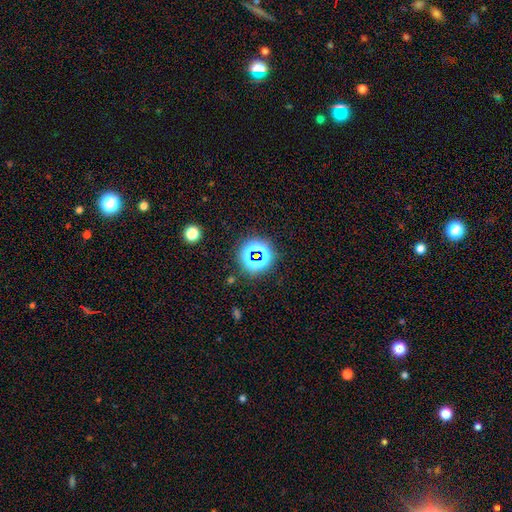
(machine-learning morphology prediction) Smooth or featured? Predicted: star or artifact (p=0.67).